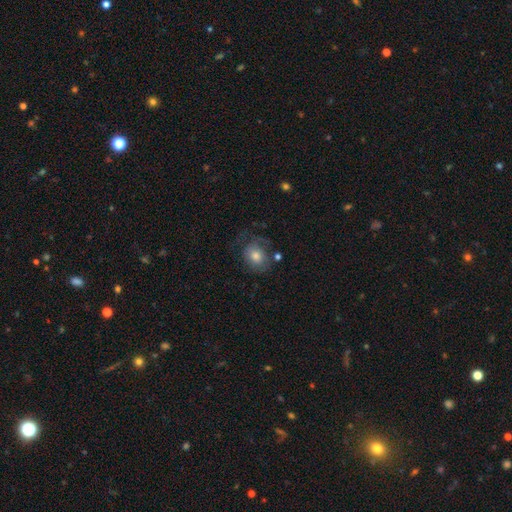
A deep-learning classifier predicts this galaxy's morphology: Q: Smooth or featured?
A: smooth (58%); runner-up: featured or disk (32%)
Q: How rounded?
A: round (61%); runner-up: in between (38%)
Q: Merging?
A: none (52%); runner-up: minor disturbance (23%)